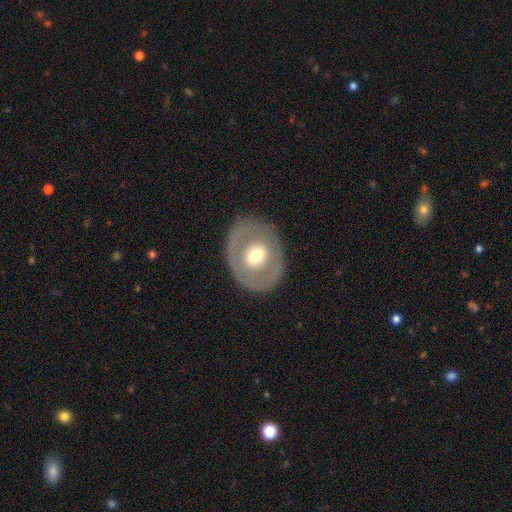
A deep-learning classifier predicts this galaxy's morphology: Overall: featured or disk (50%; smooth 44%). Edge-on disk: no (92%). Merging: none (84%).